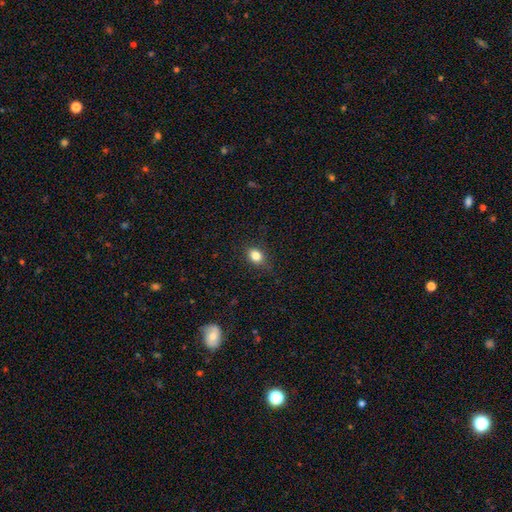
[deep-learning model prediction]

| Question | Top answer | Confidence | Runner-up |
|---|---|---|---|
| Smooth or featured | smooth | 83% | star or artifact (11%) |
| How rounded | in between | 60% | round (39%) |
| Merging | none | 81% | minor disturbance (15%) |